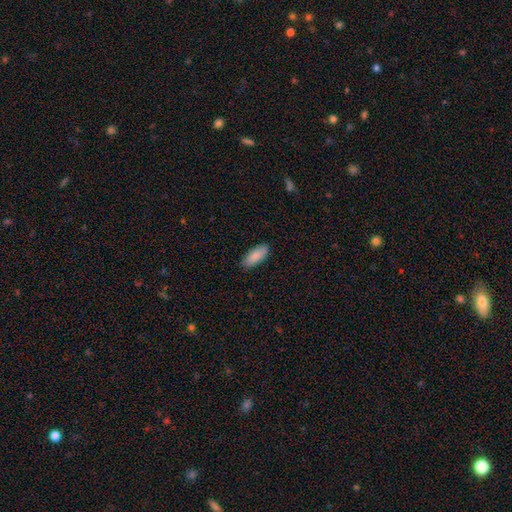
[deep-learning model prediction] This appears to be a smooth galaxy with no disk features (87%) that is in between round and cigar-shaped (83%). Merging: none (87%).